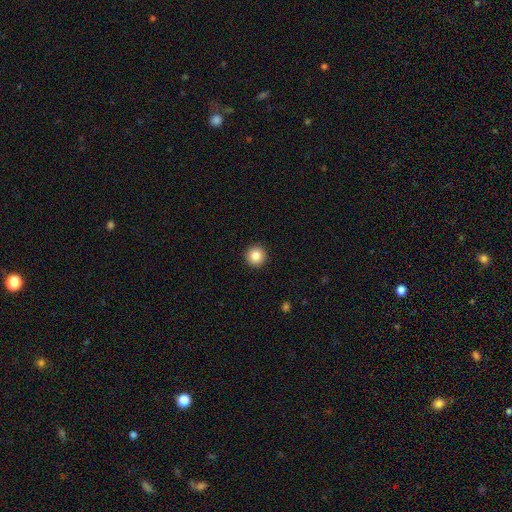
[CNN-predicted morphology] type=smooth (85%); roundness=round (96%); merging=none (93%).